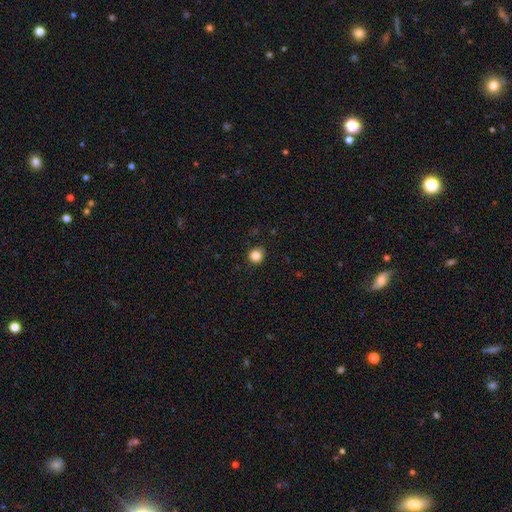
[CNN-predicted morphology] This appears to be a smooth galaxy with no disk features (84%) that is round (86%). Merging: none (88%).